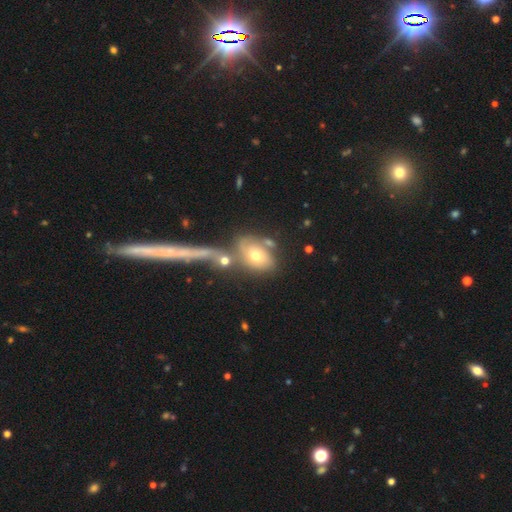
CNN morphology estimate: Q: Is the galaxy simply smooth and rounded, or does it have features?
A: smooth — 56%.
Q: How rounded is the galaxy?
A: in between — 69%.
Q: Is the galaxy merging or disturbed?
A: merger — 40%.